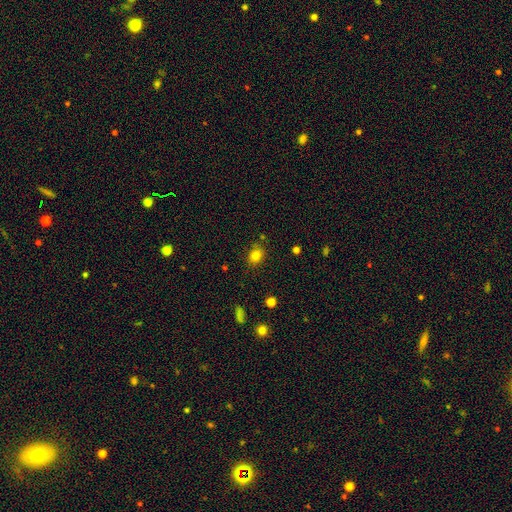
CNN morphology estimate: Smooth or featured? Predicted: smooth (p=0.81). How rounded? Predicted: in between (p=0.54). Merging? Predicted: none (p=0.80).